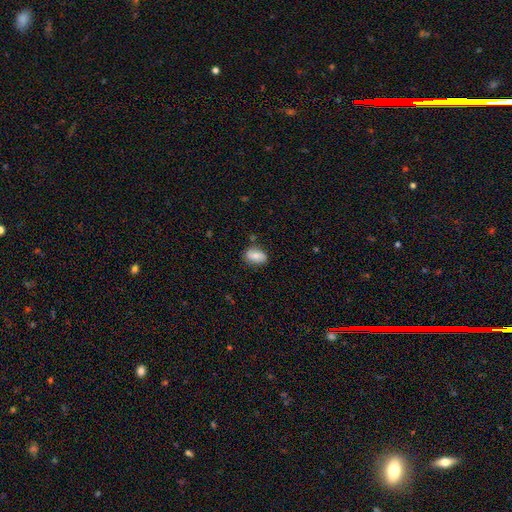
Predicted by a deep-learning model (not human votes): Q: Smooth or featured?
A: smooth (71%); runner-up: featured or disk (21%)
Q: How rounded?
A: in between (87%); runner-up: round (11%)
Q: Merging?
A: none (75%); runner-up: minor disturbance (18%)